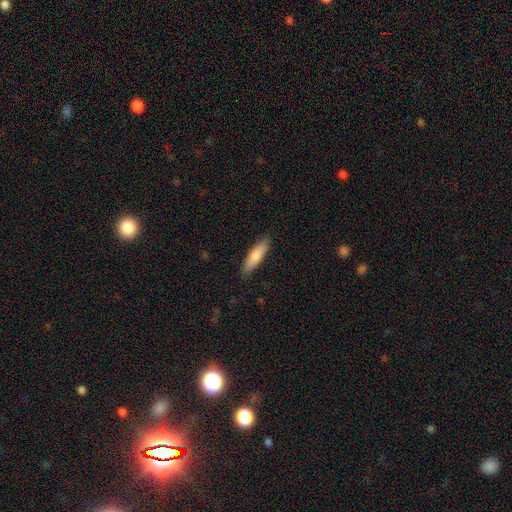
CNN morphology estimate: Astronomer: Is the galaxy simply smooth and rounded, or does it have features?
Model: smooth — 81%.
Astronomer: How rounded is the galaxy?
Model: cigar-shaped — 66%.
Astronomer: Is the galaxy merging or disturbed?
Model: none — 87%.